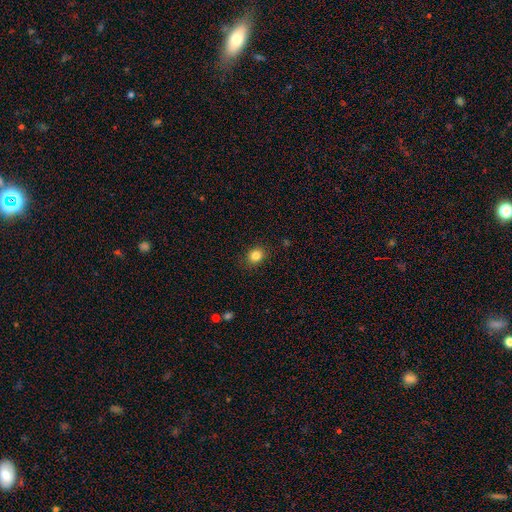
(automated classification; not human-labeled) Smooth or featured?
  - smooth: 84% *
  - star or artifact: 11%
  - featured or disk: 5%
How rounded?
  - round: 66% *
  - in between: 33%
  - cigar-shaped: 1%
Merging?
  - none: 87% *
  - minor disturbance: 9%
  - major disturbance: 3%
  - merger: 1%